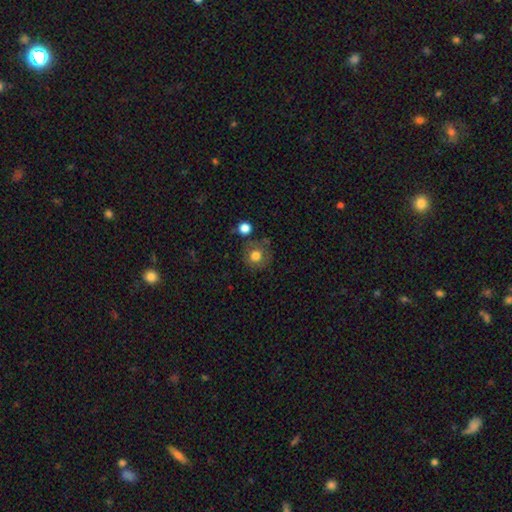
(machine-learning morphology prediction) A smooth galaxy with no disk features (75%) that is round (89%). Merging: none (72%).